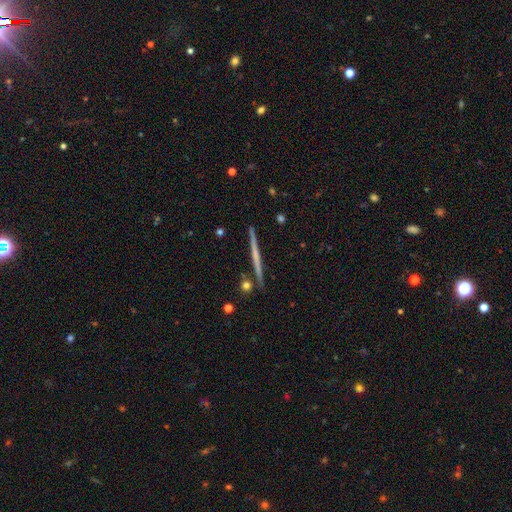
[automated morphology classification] Smooth or featured? featured or disk (64%)
Edge-on disk? yes (98%)
Edge-on bulge? none (75%)
Merging? none (91%)